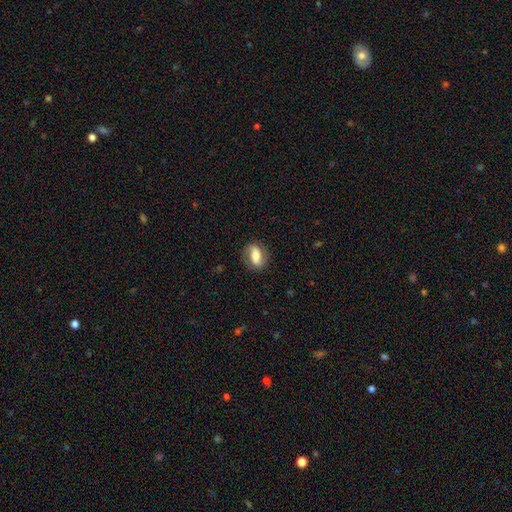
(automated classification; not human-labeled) Smooth or featured? Predicted: smooth (p=0.53). How rounded? Predicted: in between (p=0.79). Merging? Predicted: none (p=0.77).